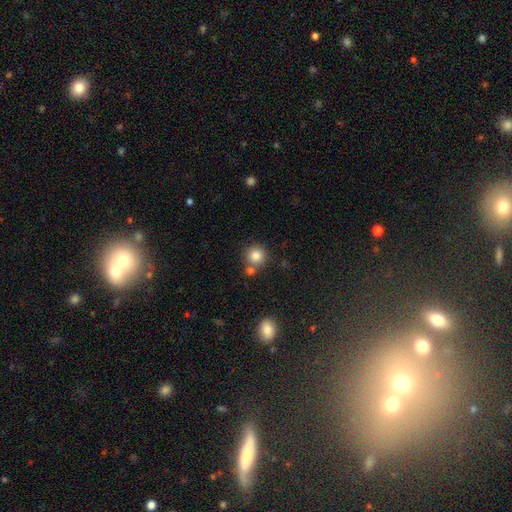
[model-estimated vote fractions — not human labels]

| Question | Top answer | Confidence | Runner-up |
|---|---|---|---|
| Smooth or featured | smooth | 83% | star or artifact (10%) |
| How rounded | round | 93% | in between (6%) |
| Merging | none | 69% | merger (20%) |